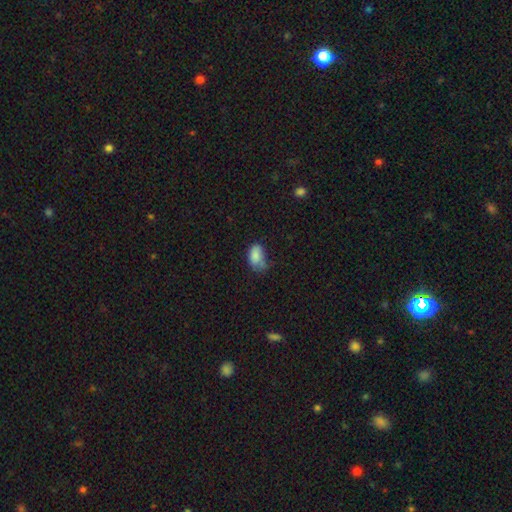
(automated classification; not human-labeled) Smooth or featured? Predicted: smooth (p=0.83). How rounded? Predicted: in between (p=0.89). Merging? Predicted: none (p=0.42).